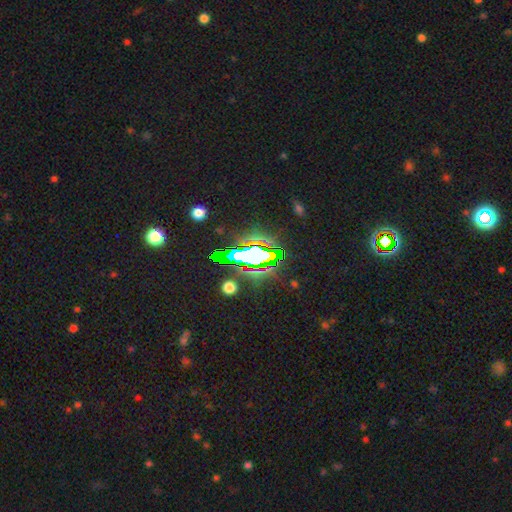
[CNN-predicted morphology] This appears to be a star or artifact, not a galaxy (66%).